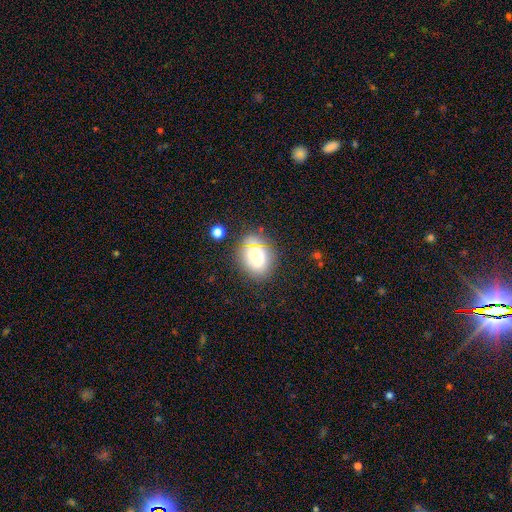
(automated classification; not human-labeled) smooth 69%, star or artifact 16%, featured or disk 15%. Down the decision tree: how rounded — round (50%); merging — none (78%).